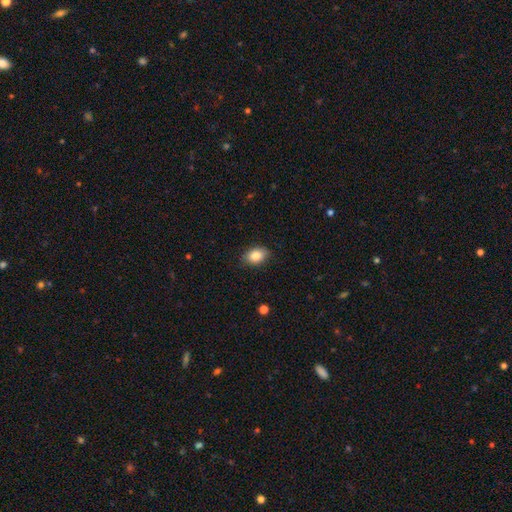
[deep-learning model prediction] Smooth or featured?
  - smooth: 84% *
  - star or artifact: 8%
  - featured or disk: 7%
How rounded?
  - in between: 79% *
  - round: 20%
  - cigar-shaped: 1%
Merging?
  - none: 86% *
  - minor disturbance: 11%
  - major disturbance: 2%
  - merger: 1%